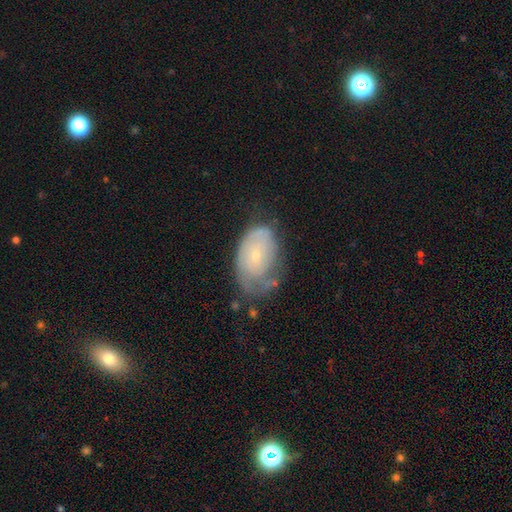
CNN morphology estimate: Overall: featured or disk (58%; smooth 34%). Edge-on disk: no (95%). Bar: no (82%). Spiral arms: yes (66%; no 34%). Bulge size: small (74%). Merging: none (42%; minor disturbance 33%).